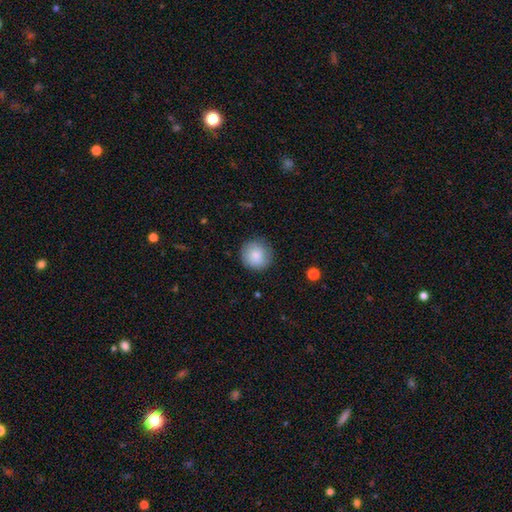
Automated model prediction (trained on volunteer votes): This is clearly a smooth galaxy (83%). How rounded: clearly round (94%). Merging: clearly none (86%).